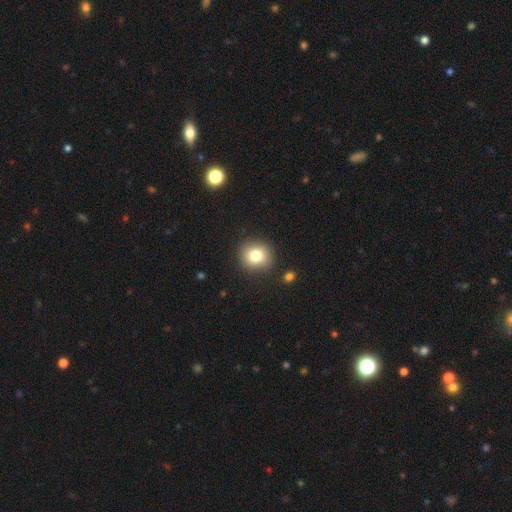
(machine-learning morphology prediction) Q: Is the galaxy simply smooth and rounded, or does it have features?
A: smooth — 79%.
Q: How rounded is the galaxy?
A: round — 88%.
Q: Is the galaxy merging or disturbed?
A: none — 89%.